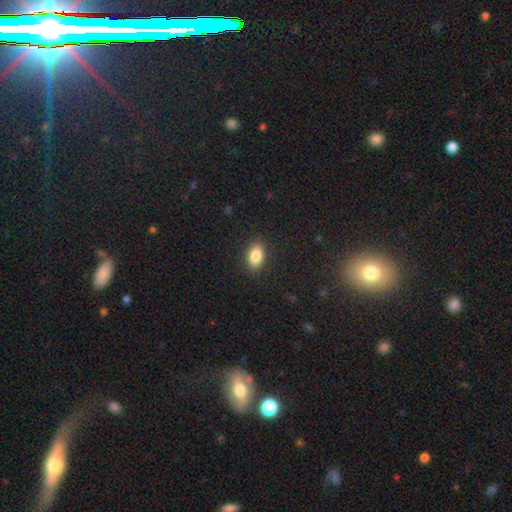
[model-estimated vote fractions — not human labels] Morphology: type=smooth (86%); roundness=in between (89%); merging=none (88%).